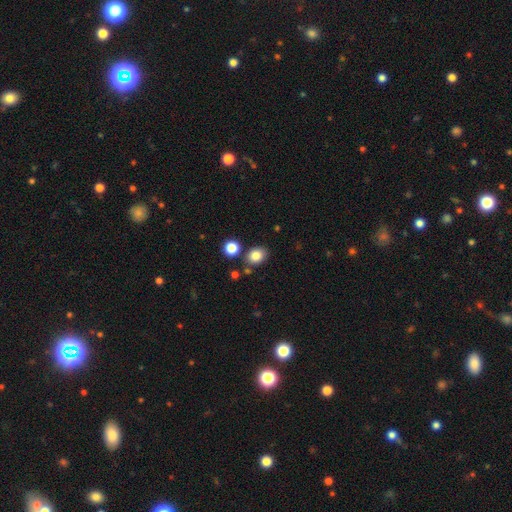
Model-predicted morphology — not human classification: Overall: smooth (83%). How rounded: in between (56%; round 43%). Merging: none (78%).